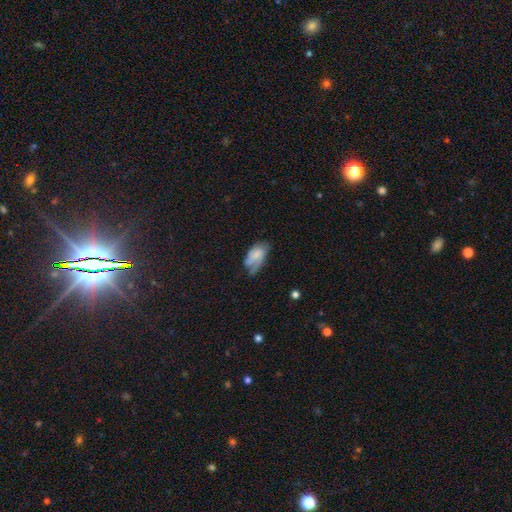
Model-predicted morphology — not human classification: type=smooth (62%); roundness=in between (92%); merging=minor disturbance (37%, tied with none).